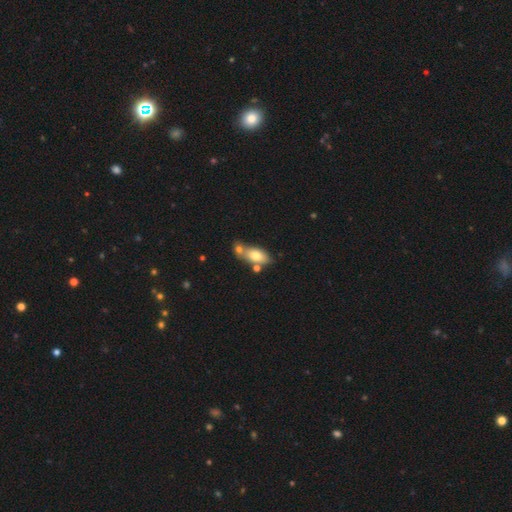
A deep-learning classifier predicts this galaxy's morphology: smooth 73%, featured or disk 20%, star or artifact 8%. Down the decision tree: how rounded — in between (85%); merging — none (45%).